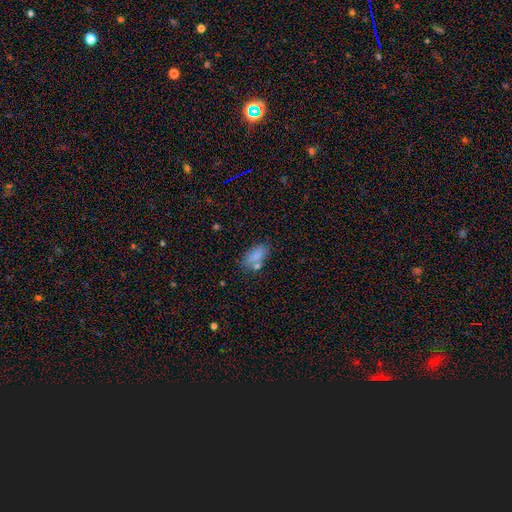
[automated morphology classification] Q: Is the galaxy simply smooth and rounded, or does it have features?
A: smooth — 82%.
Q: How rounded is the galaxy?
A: in between — 90%.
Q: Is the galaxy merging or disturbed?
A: none — 64%.